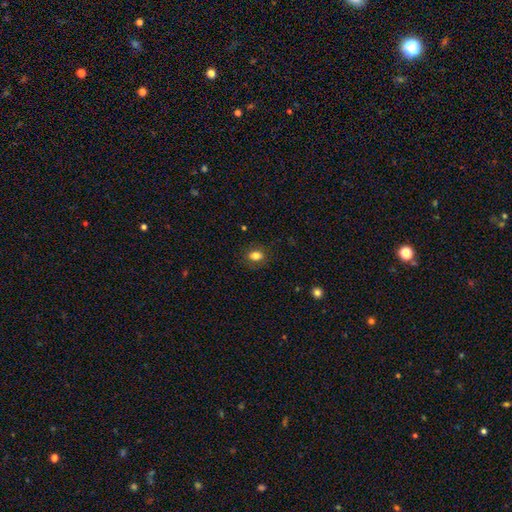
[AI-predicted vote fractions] Morphology: type=smooth (80%); roundness=in between (61%); merging=none (84%).